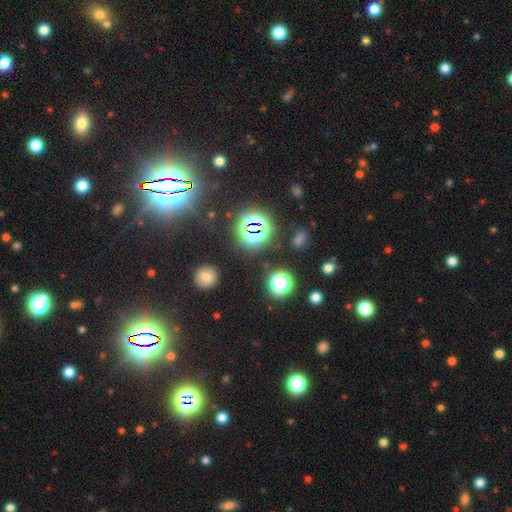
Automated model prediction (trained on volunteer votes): Smooth or featured?
  - star or artifact: 81% *
  - smooth: 12%
  - featured or disk: 7%